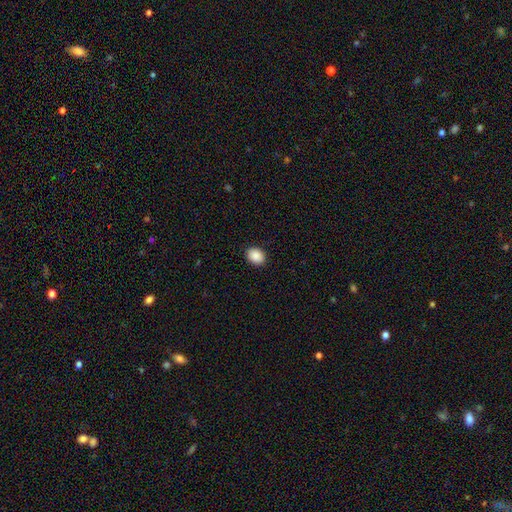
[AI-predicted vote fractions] Morphology: type=smooth (89%); roundness=in between (62%); merging=none (91%).